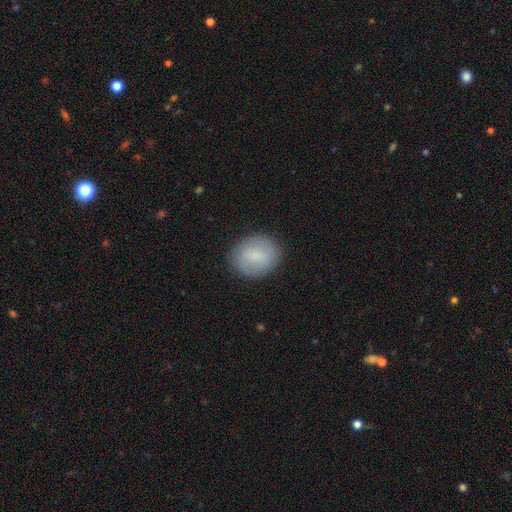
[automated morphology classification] Smooth or featured? Predicted: smooth (p=0.75). How rounded? Predicted: round (p=0.56). Merging? Predicted: none (p=0.86).